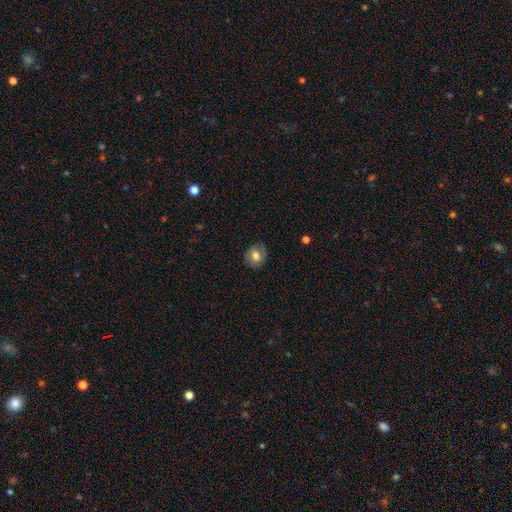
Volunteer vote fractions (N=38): Smooth or featured? 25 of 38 (66%) said smooth. How rounded? 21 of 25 (84%) said round. Merging? 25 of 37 (68%) said none.